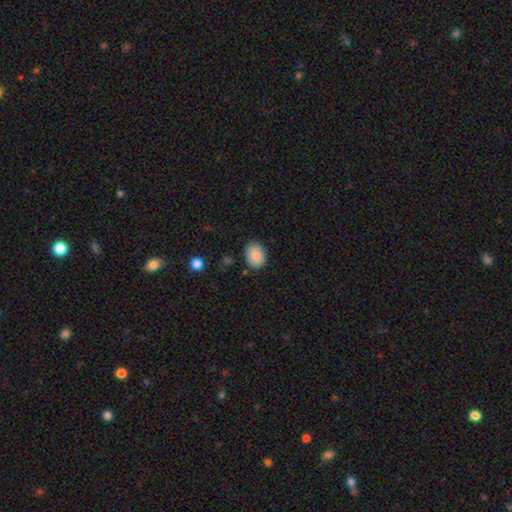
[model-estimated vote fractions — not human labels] Smooth or featured? Predicted: smooth (p=0.86). How rounded? Predicted: in between (p=0.75). Merging? Predicted: none (p=0.82).